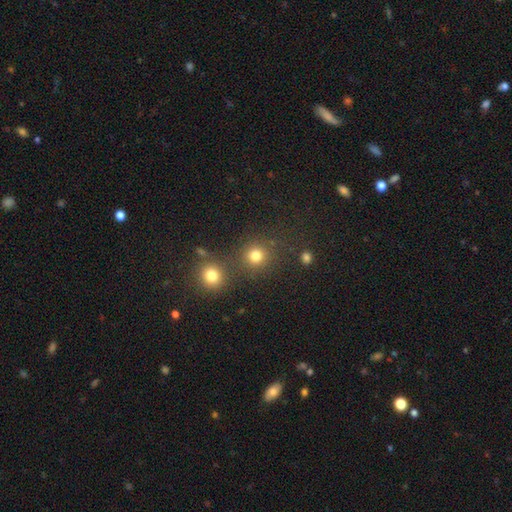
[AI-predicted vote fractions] This is likely a smooth galaxy (79%). How rounded: clearly round (90%). Merging: likely none (75%).